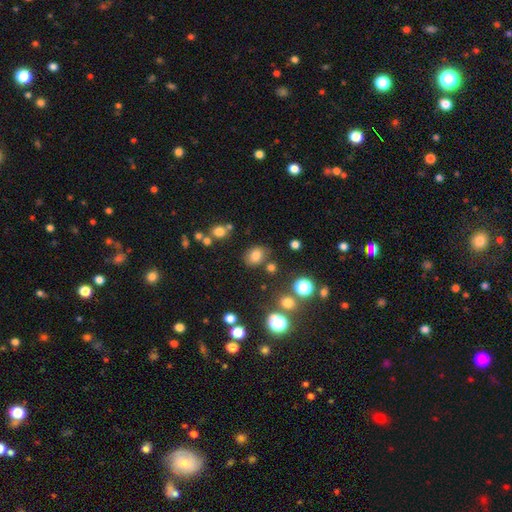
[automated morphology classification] smooth_or_featured: smooth (p=0.77) [alt: star or artifact p=0.16]
how_rounded: in between (p=0.52) [alt: round p=0.47]
merging: none (p=0.75) [alt: minor disturbance p=0.14]